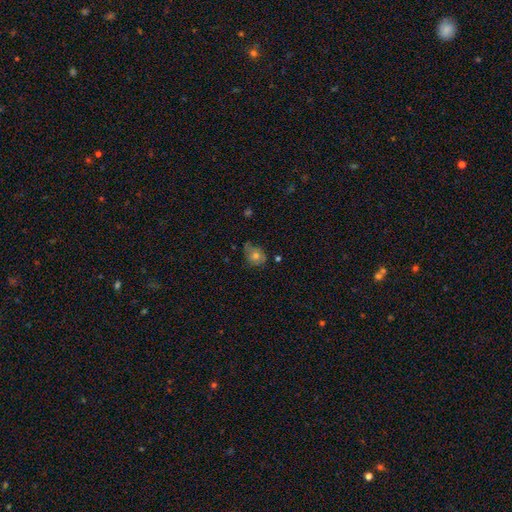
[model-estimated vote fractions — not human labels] Smooth or featured? smooth (62%)
How rounded? in between (51%)
Merging? none (56%)